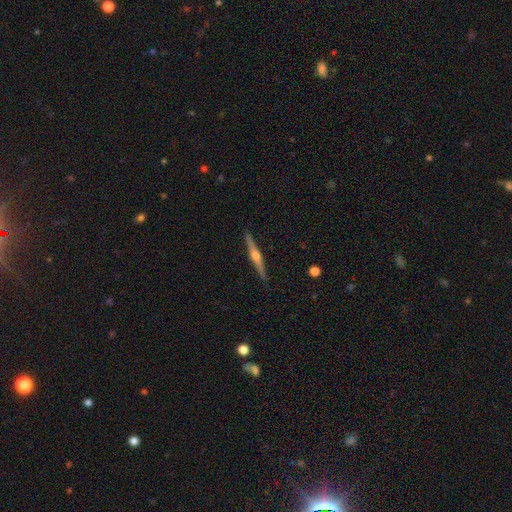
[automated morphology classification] type=featured or disk (80%); edge-on=yes (98%); edge-on bulge=rounded (90%); merging=none (91%).